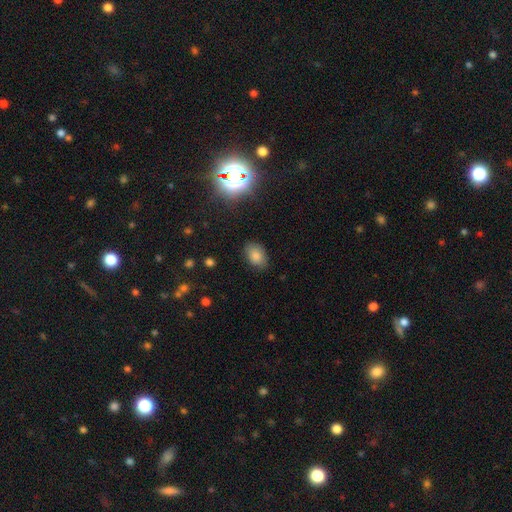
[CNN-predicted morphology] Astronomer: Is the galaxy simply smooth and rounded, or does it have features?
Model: smooth — 81%.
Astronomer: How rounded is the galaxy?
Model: in between — 82%.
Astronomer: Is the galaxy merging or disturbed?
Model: none — 81%.